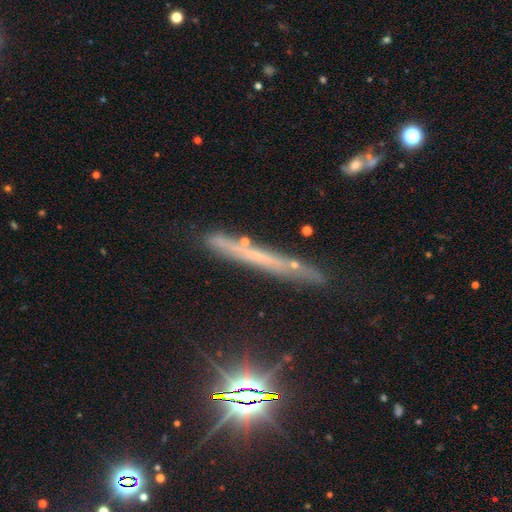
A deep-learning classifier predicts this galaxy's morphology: Smooth or featured: featured or disk — 50% (smooth — 30%)
Merging: none — 73% (minor disturbance — 18%)